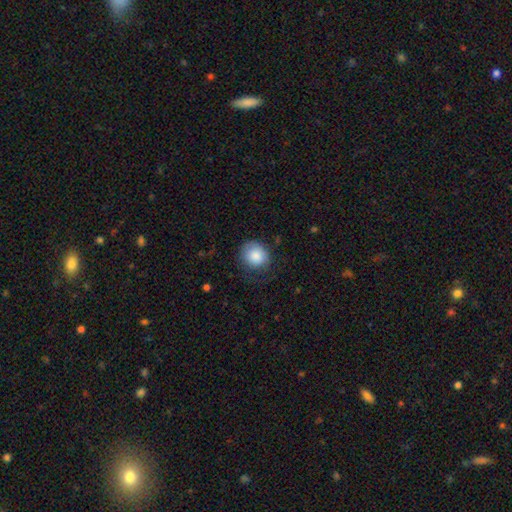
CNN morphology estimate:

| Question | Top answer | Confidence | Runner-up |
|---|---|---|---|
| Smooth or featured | smooth | 86% | star or artifact (8%) |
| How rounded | round | 83% | in between (16%) |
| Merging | none | 66% | minor disturbance (22%) |